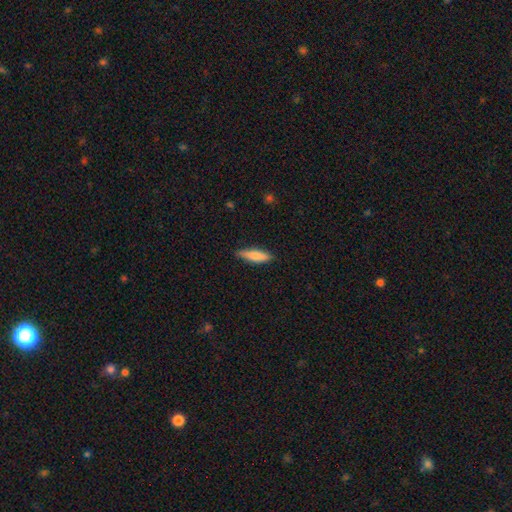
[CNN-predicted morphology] type=smooth (78%); roundness=cigar-shaped (64%); merging=none (82%).